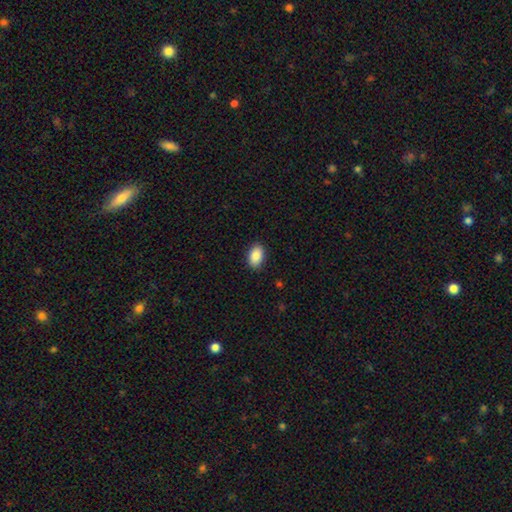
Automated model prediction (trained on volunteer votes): Q: Smooth or featured?
A: smooth (88%); runner-up: star or artifact (7%)
Q: How rounded?
A: in between (89%); runner-up: round (10%)
Q: Merging?
A: none (88%); runner-up: minor disturbance (9%)